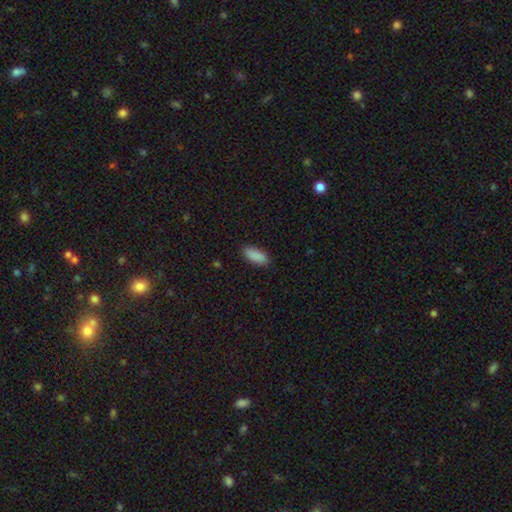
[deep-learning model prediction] Smooth or featured?
  - smooth: 90% *
  - star or artifact: 7%
  - featured or disk: 4%
How rounded?
  - in between: 80% *
  - cigar-shaped: 18%
  - round: 2%
Merging?
  - none: 88% *
  - minor disturbance: 9%
  - major disturbance: 2%
  - merger: 1%